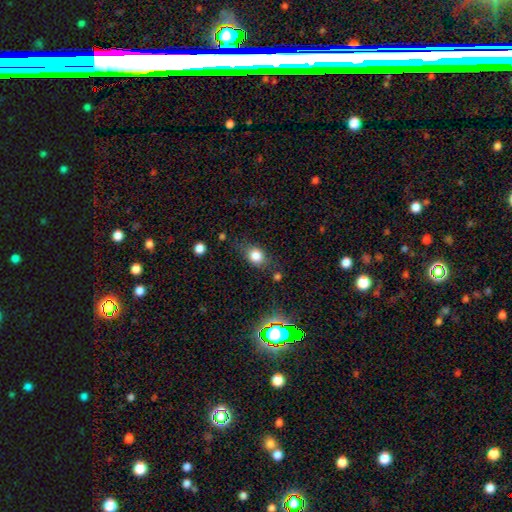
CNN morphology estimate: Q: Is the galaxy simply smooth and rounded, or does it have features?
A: smooth — 78%.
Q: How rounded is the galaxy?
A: in between — 56%.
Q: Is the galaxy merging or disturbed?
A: none — 69%.